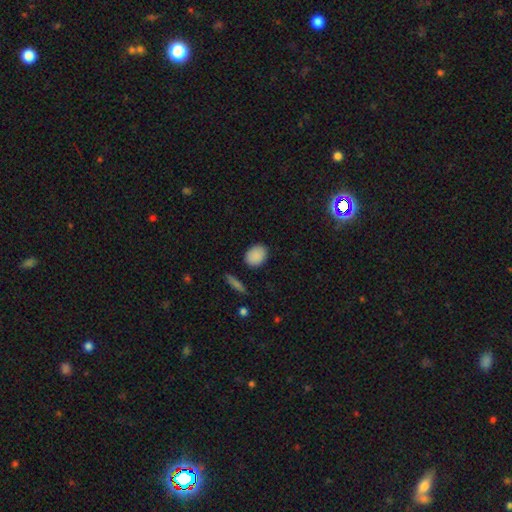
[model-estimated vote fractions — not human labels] A smooth galaxy with no disk features (88%) that is in between round and cigar-shaped (63%). Merging: none (87%).